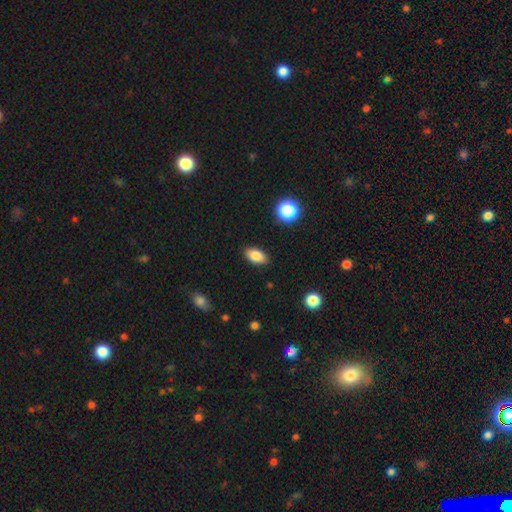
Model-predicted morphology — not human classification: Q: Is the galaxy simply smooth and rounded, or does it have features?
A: smooth — 85%.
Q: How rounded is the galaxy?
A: in between — 91%.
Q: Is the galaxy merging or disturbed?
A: none — 88%.